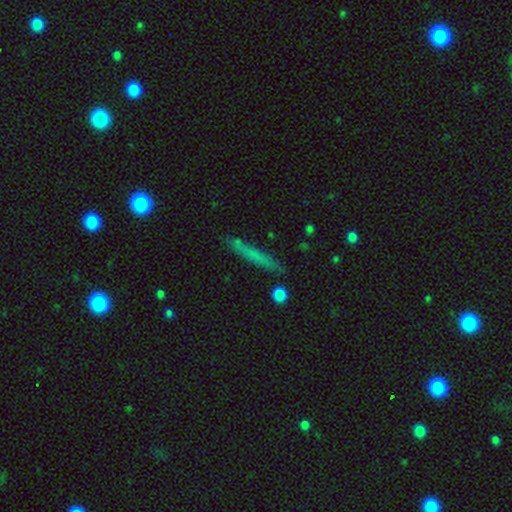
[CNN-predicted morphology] type=smooth (65%); roundness=cigar-shaped (94%); merging=none (83%).